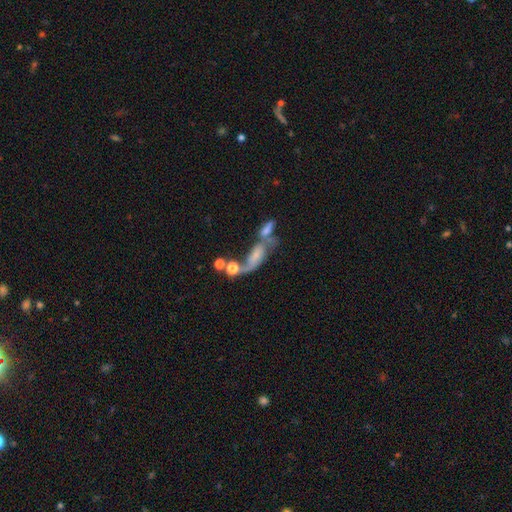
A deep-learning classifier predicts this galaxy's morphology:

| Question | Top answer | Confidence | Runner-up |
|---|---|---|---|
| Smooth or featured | featured or disk | 54% | smooth (32%) |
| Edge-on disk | no | 88% | yes (12%) |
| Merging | merger | 56% | major disturbance (18%) |